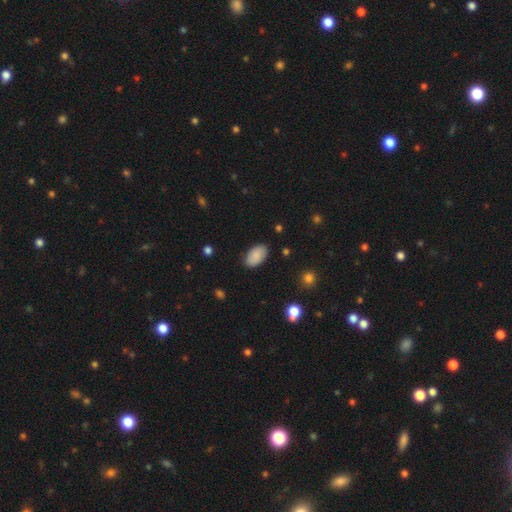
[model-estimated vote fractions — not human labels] smooth-or-featured: smooth: 87% | star or artifact: 7% | featured or disk: 6%
  how-rounded: in between: 95% | round: 4% | cigar-shaped: 1%
  merging: none: 86% | minor disturbance: 11% | major disturbance: 2% | merger: 1%